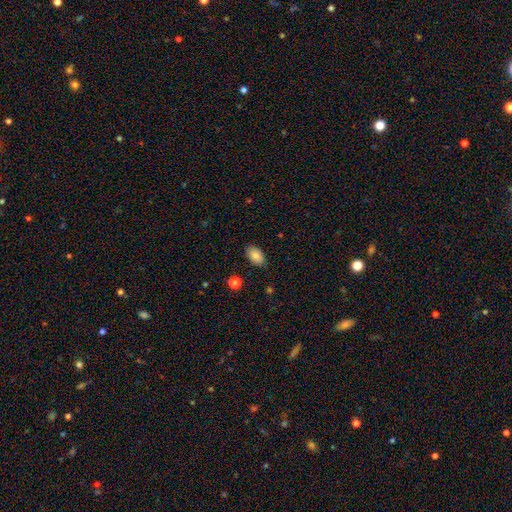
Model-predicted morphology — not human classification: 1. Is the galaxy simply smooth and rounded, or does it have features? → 85% smooth, 8% star or artifact, 7% featured or disk.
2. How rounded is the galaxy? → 91% in between, 7% round, 2% cigar-shaped.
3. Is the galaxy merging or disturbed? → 85% none, 11% minor disturbance, 2% major disturbance, 1% merger.